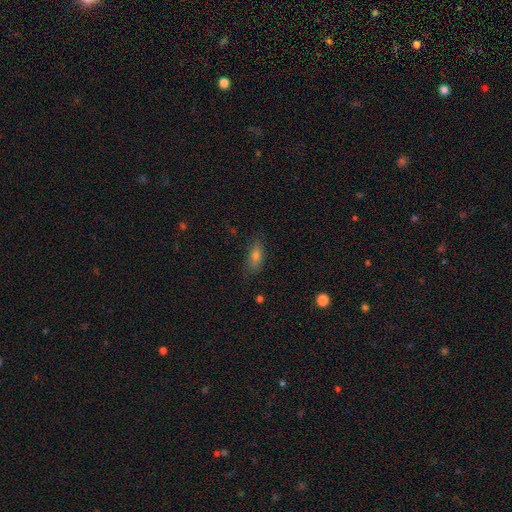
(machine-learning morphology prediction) smooth-or-featured: smooth: 70% | featured or disk: 19% | star or artifact: 12%
  how-rounded: in between: 74% | cigar-shaped: 20% | round: 6%
  merging: none: 80% | minor disturbance: 15% | major disturbance: 3% | merger: 1%